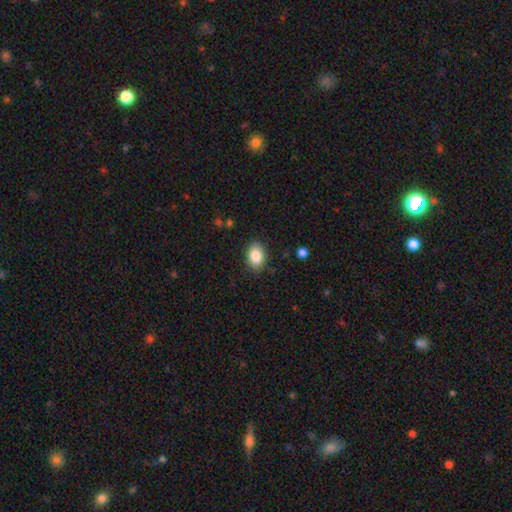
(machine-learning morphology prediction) Q: Smooth or featured?
A: smooth (86%); runner-up: star or artifact (8%)
Q: How rounded?
A: in between (81%); runner-up: round (18%)
Q: Merging?
A: none (86%); runner-up: minor disturbance (10%)